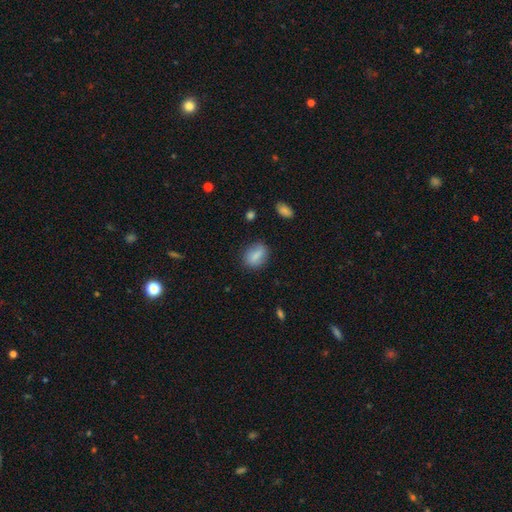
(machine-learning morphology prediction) This is clearly a smooth galaxy (81%). How rounded: likely in between (68%). Merging: likely none (78%).